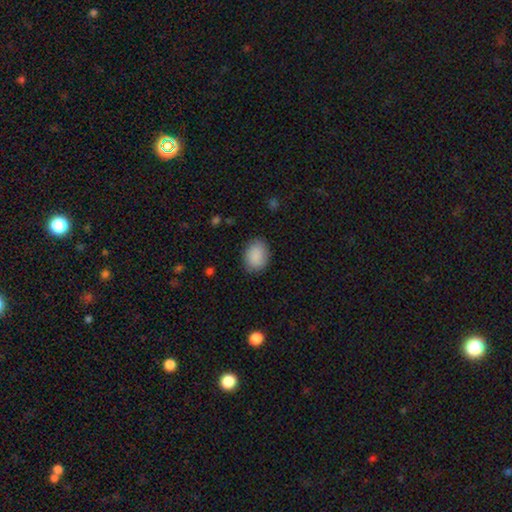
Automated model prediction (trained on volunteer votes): Smooth or featured?
  - smooth: 89% *
  - star or artifact: 7%
  - featured or disk: 4%
How rounded?
  - in between: 66% *
  - round: 33%
  - cigar-shaped: 1%
Merging?
  - none: 84% *
  - minor disturbance: 12%
  - major disturbance: 3%
  - merger: 1%